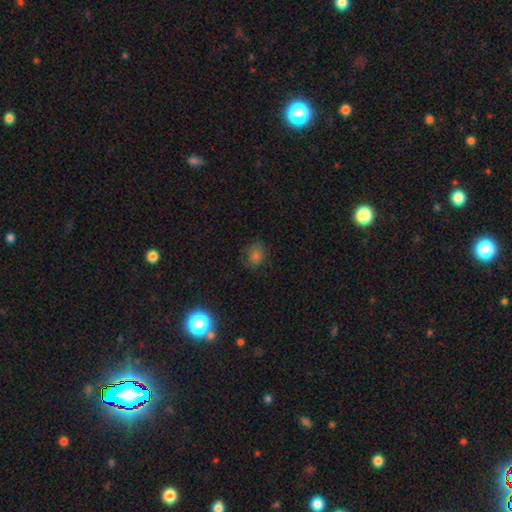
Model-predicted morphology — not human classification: The model was most divided on "how rounded": round: 55%, in between: 44%, cigar-shaped: 1%. More confident: merging — none (75%); smooth or featured — smooth (69%).